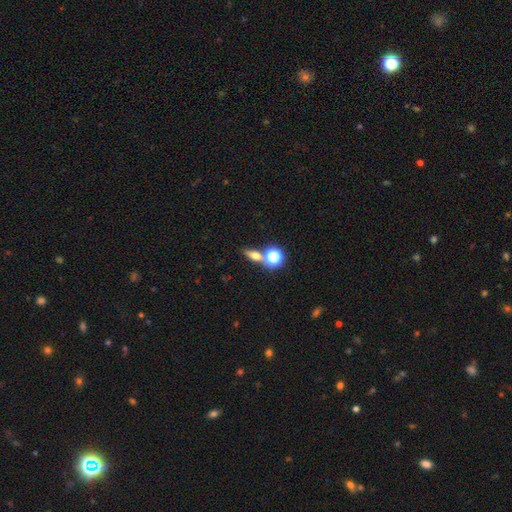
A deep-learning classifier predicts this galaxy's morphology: Q: Smooth or featured?
A: smooth (56%); runner-up: featured or disk (23%)
Q: How rounded?
A: in between (47%); runner-up: round (29%)
Q: Merging?
A: none (64%); runner-up: merger (22%)